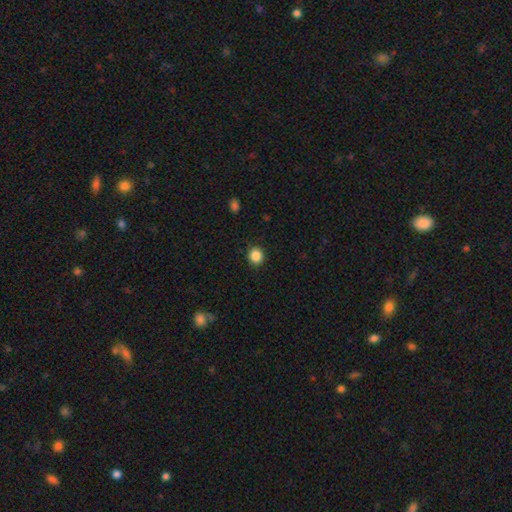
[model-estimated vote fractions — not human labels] Morphology: type=smooth (86%); roundness=round (87%); merging=none (90%).